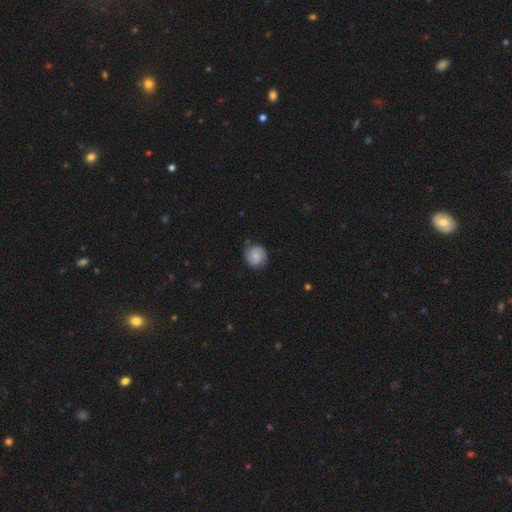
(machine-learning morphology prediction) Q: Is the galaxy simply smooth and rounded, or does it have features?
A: featured or disk — 64%.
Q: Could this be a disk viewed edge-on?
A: no — 98%.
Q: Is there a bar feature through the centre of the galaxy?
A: no — 51%.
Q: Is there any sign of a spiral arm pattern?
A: yes — 94%.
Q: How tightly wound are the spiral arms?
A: medium — 44%.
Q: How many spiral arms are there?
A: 2 — 88%.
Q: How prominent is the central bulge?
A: small — 51%.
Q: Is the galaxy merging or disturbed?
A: none — 83%.